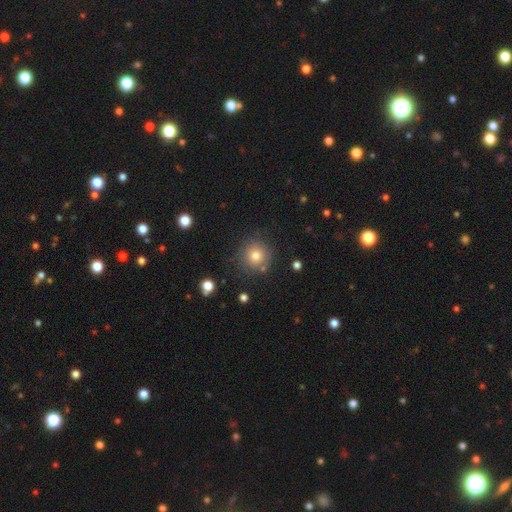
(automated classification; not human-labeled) smooth 77%, star or artifact 13%, featured or disk 10%. Down the decision tree: how rounded — round (94%); merging — none (84%).